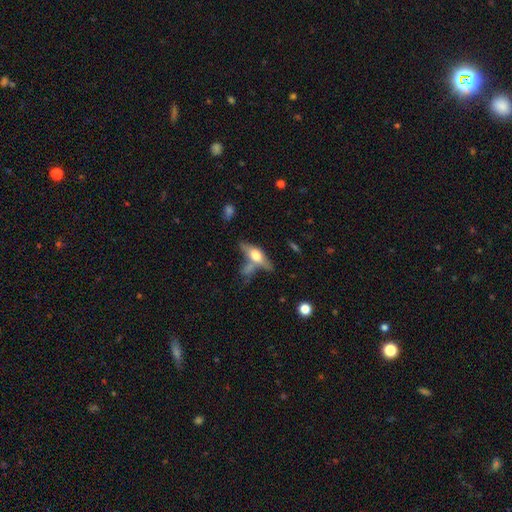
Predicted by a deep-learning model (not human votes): Smooth or featured? smooth (46%, tied with featured or disk)
Merging? none (45%)